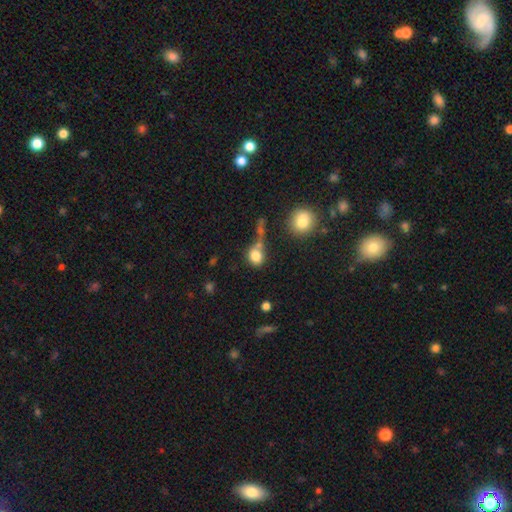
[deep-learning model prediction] smooth_or_featured: smooth (p=0.80) [alt: star or artifact p=0.11]
how_rounded: round (p=0.65) [alt: in between p=0.33]
merging: none (p=0.44) [alt: merger p=0.33]